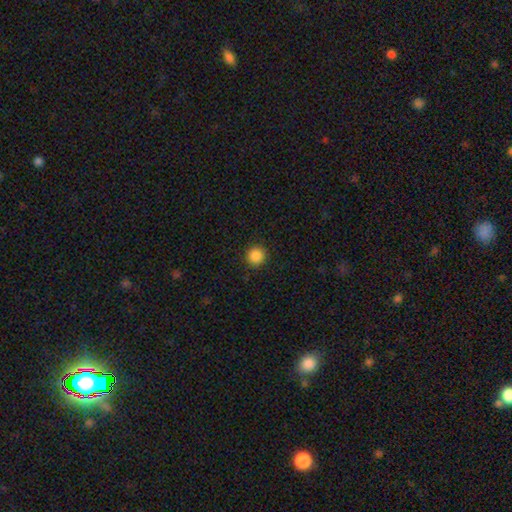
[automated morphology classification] smooth_or_featured: smooth (p=0.87) [alt: star or artifact p=0.10]
how_rounded: round (p=0.94) [alt: in between p=0.05]
merging: none (p=0.92) [alt: minor disturbance p=0.06]